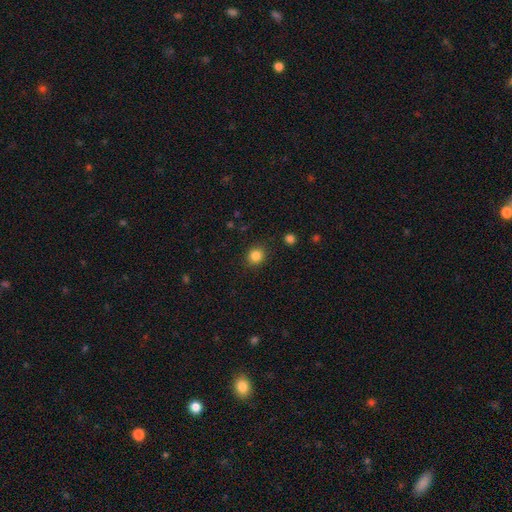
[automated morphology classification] Smooth or featured: smooth — 84% (star or artifact — 11%)
How rounded: round — 85% (in between — 14%)
Merging: none — 89% (minor disturbance — 7%)